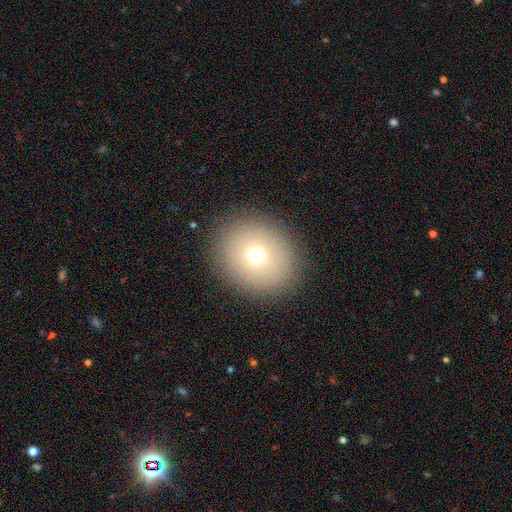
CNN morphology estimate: Smooth or featured? Predicted: smooth (p=0.68). How rounded? Predicted: round (p=0.78). Merging? Predicted: none (p=0.89).